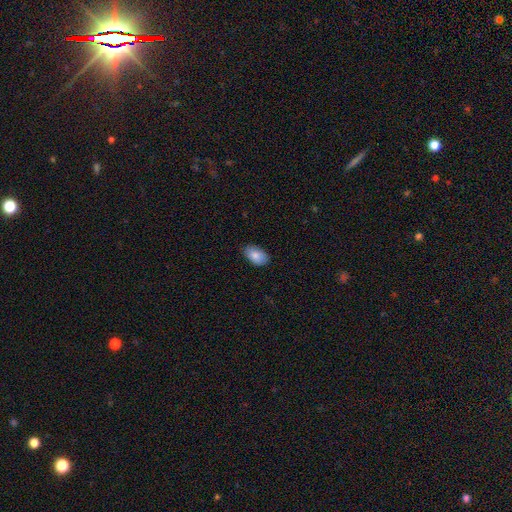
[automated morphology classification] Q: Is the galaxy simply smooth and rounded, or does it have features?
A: smooth — 84%.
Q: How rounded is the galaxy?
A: in between — 92%.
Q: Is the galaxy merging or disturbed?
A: none — 84%.